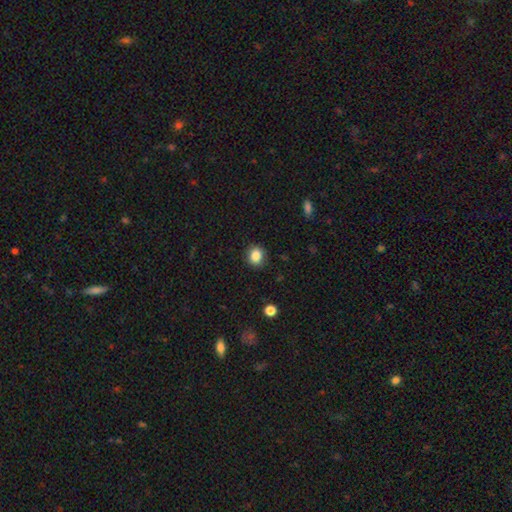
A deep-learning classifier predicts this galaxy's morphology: smooth_or_featured: smooth (p=0.86) [alt: star or artifact p=0.10]
how_rounded: round (p=0.72) [alt: in between p=0.27]
merging: none (p=0.86) [alt: minor disturbance p=0.10]